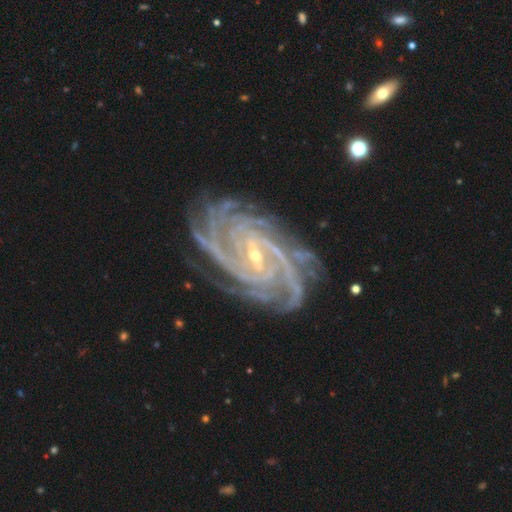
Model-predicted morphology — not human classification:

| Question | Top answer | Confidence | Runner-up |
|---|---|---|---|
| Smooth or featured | featured or disk | 93% | star or artifact (4%) |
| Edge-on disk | no | 97% | yes (3%) |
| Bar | weak | 44% | strong (35%) |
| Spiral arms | yes | 99% | no (1%) |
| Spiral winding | tight | 75% | medium (22%) |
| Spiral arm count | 4 | 33% | more than 4 (23%) |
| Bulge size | small | 79% | moderate (18%) |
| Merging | none | 81% | minor disturbance (13%) |